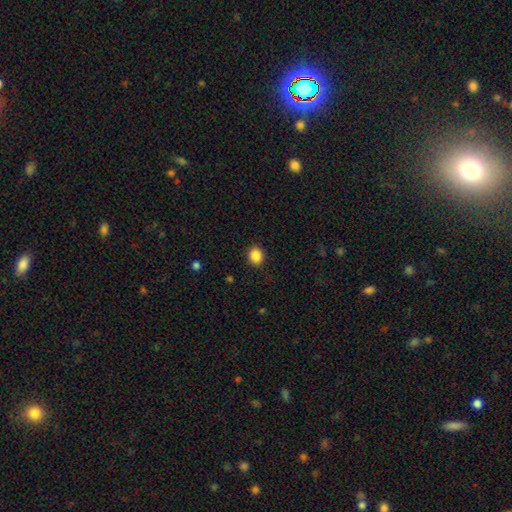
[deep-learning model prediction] A smooth galaxy with no disk features (87%) that is round (71%). Merging: none (90%).